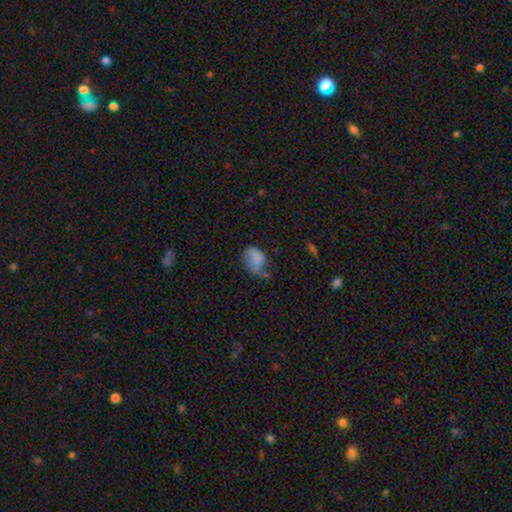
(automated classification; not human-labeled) Smooth or featured? Predicted: smooth (p=0.66). How rounded? Predicted: in between (p=0.78). Merging? Predicted: none (p=0.38).